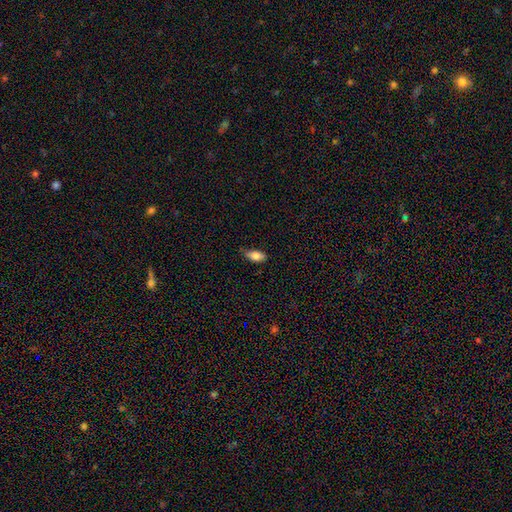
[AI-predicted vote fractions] This appears to be a smooth galaxy with no disk features (80%) that is in between round and cigar-shaped (87%). Merging: none (67%).